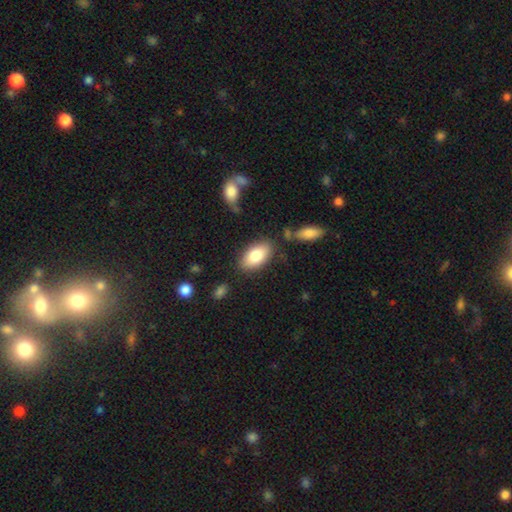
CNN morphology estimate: Smooth or featured? smooth (82%)
How rounded? in between (94%)
Merging? none (80%)